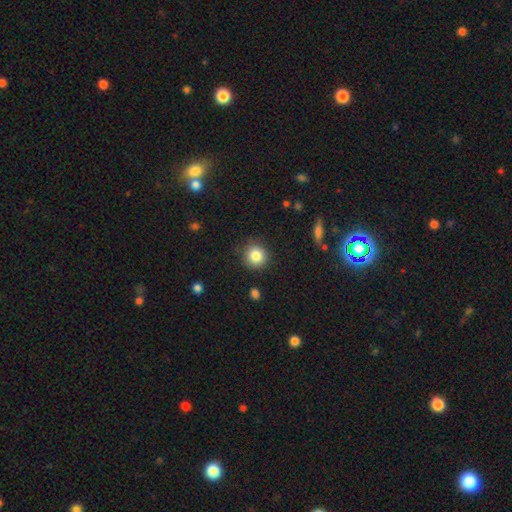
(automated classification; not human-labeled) Overall: smooth (84%). How rounded: round (92%). Merging: none (88%).